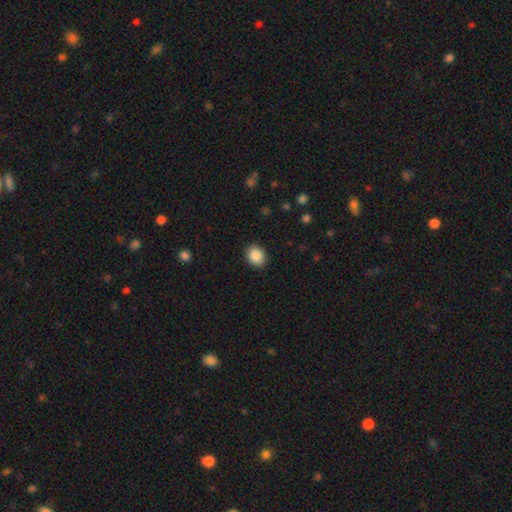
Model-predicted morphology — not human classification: smooth-or-featured: smooth: 87% | star or artifact: 8% | featured or disk: 4%
  how-rounded: round: 56% | in between: 43% | cigar-shaped: 1%
  merging: none: 90% | minor disturbance: 7% | major disturbance: 2% | merger: 1%